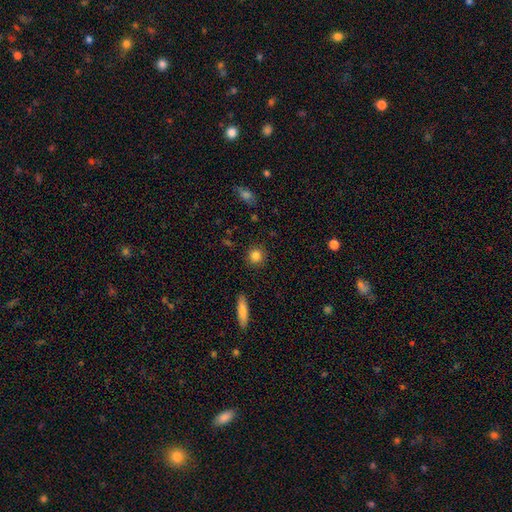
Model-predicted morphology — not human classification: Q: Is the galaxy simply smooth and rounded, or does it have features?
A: smooth — 84%.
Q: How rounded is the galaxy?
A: round — 90%.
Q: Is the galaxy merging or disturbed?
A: none — 90%.